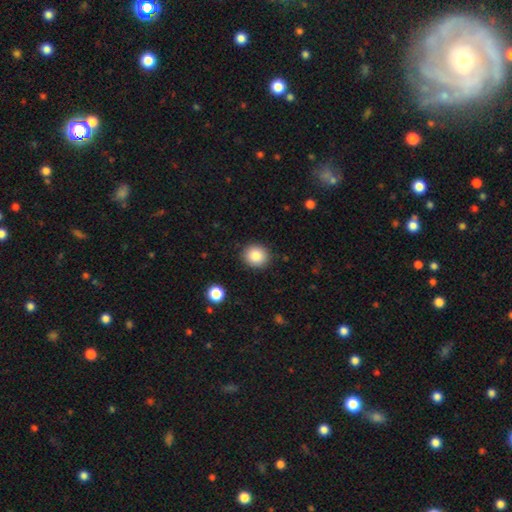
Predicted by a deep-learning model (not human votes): Smooth or featured?
  - smooth: 85% *
  - star or artifact: 9%
  - featured or disk: 6%
How rounded?
  - round: 86% *
  - in between: 13%
  - cigar-shaped: 1%
Merging?
  - none: 89% *
  - minor disturbance: 7%
  - major disturbance: 2%
  - merger: 1%